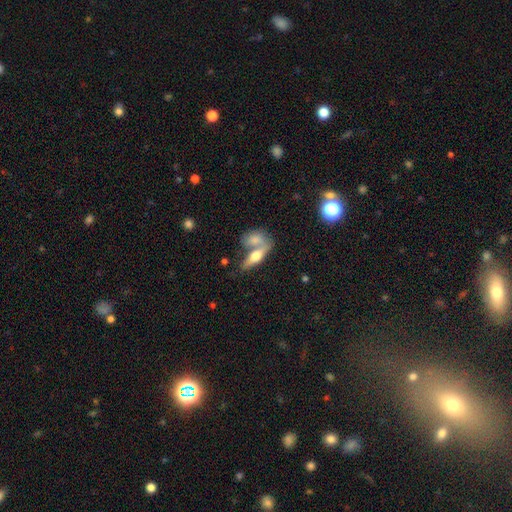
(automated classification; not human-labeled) A smooth galaxy with no disk features (51%) that is in between round and cigar-shaped (55%). Merging: merger (49%).